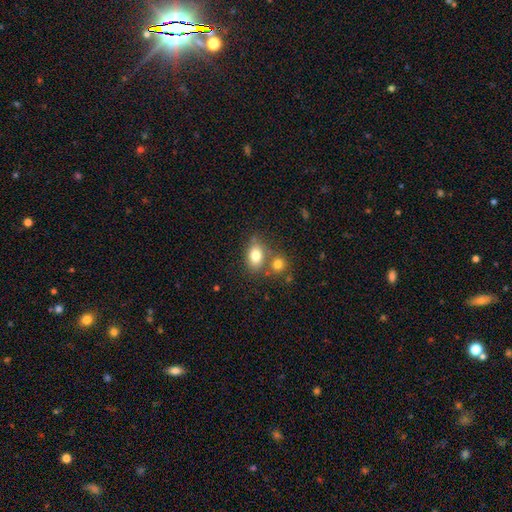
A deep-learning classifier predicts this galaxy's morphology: A smooth galaxy with no disk features (79%) that is in between round and cigar-shaped (73%). Merging: none (54%).